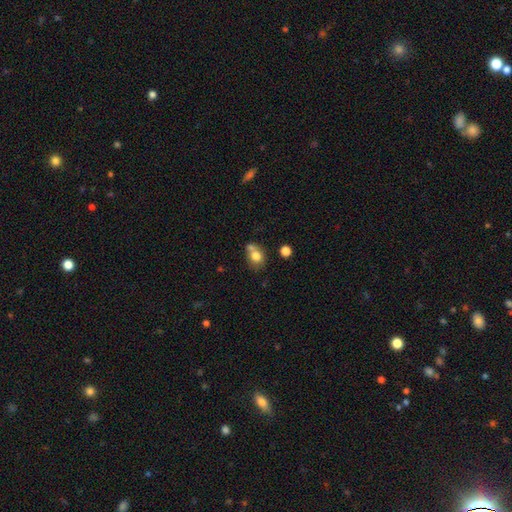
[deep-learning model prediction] This appears to be a smooth galaxy with no disk features (76%) that is round (58%). Merging: none (43%).